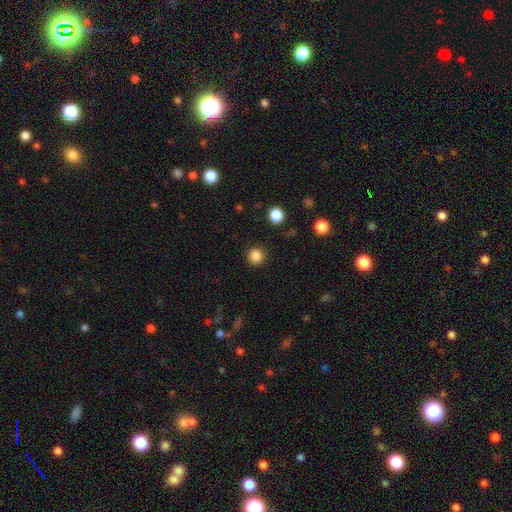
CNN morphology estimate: Smooth or featured?
  - smooth: 85% *
  - star or artifact: 12%
  - featured or disk: 3%
How rounded?
  - round: 94% *
  - in between: 5%
  - cigar-shaped: 1%
Merging?
  - none: 91% *
  - minor disturbance: 6%
  - major disturbance: 2%
  - merger: 1%